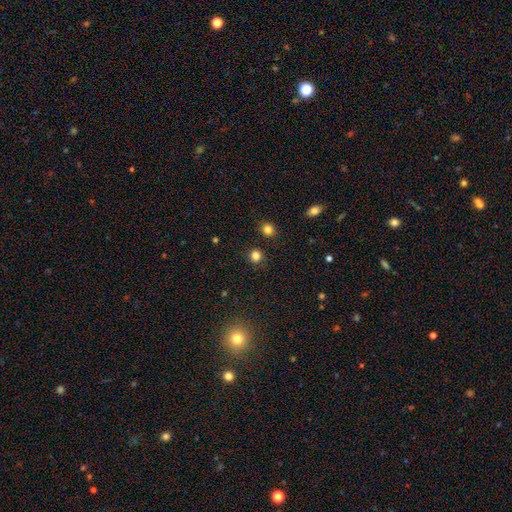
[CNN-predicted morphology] A smooth galaxy with no disk features (82%) that is round (88%). Merging: none (88%).